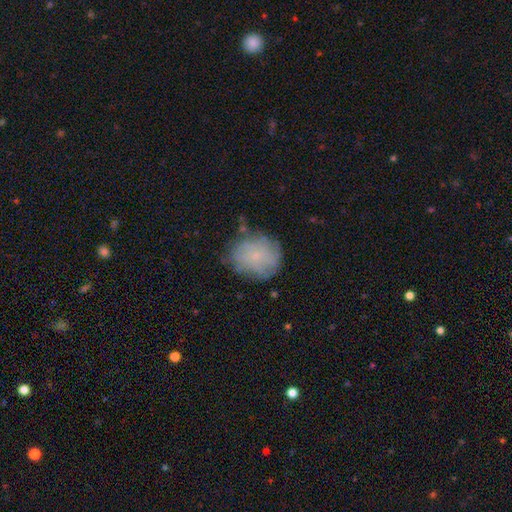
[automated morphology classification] This is possibly a smooth galaxy (55%). How rounded: likely round (76%). Merging: likely none (65%).